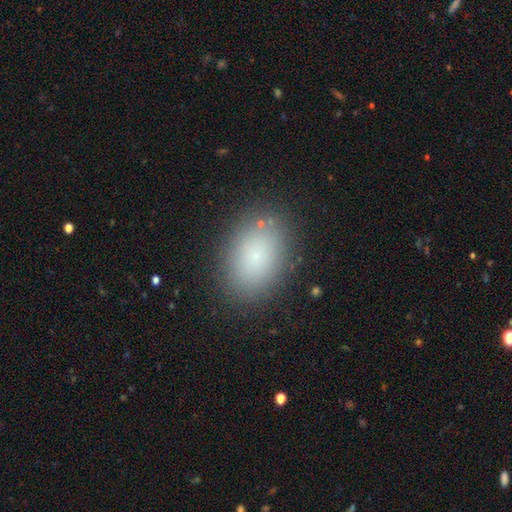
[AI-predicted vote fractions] This appears to be a smooth galaxy with no disk features (77%) that is in between round and cigar-shaped (81%). Merging: none (85%).